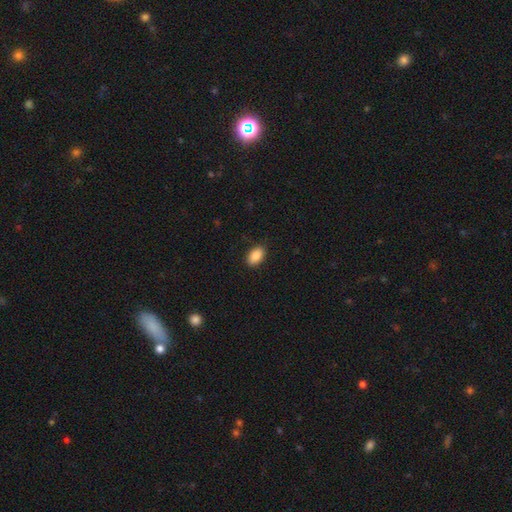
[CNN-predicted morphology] A smooth galaxy with no disk features (89%) that is in between round and cigar-shaped (91%).

Vote fractions:
- Smooth or featured? smooth: 89% / star or artifact: 7% / featured or disk: 3%
- How rounded? in between: 91% / round: 7% / cigar-shaped: 1%
- Merging? none: 88% / minor disturbance: 9% / major disturbance: 2% / merger: 1%